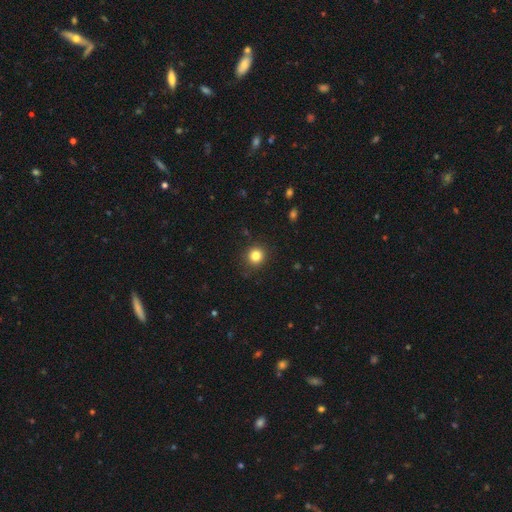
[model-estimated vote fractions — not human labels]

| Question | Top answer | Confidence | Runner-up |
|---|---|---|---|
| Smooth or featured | smooth | 83% | star or artifact (12%) |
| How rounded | round | 93% | in between (6%) |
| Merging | none | 90% | minor disturbance (7%) |